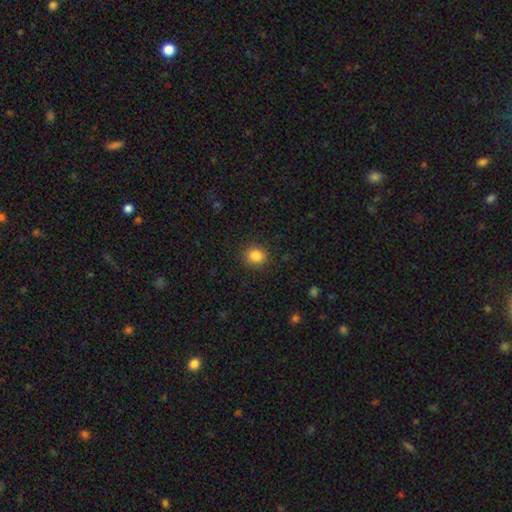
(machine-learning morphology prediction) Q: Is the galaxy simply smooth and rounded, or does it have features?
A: smooth — 85%.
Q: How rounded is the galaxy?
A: round — 75%.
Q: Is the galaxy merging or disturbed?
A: none — 88%.